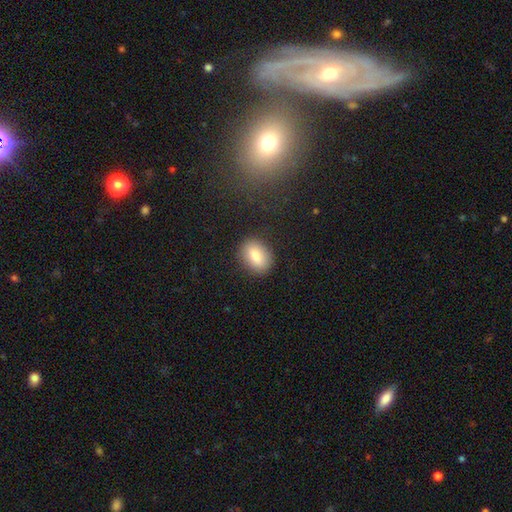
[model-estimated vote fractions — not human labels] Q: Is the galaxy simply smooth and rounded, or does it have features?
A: smooth — 81%.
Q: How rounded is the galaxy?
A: in between — 68%.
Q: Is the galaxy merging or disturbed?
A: none — 87%.